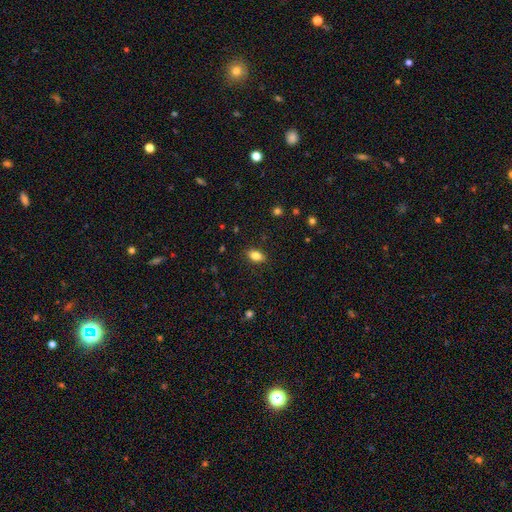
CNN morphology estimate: smooth-or-featured: smooth: 83% | star or artifact: 9% | featured or disk: 8%
  how-rounded: in between: 87% | round: 8% | cigar-shaped: 5%
  merging: none: 87% | minor disturbance: 10% | major disturbance: 2% | merger: 1%